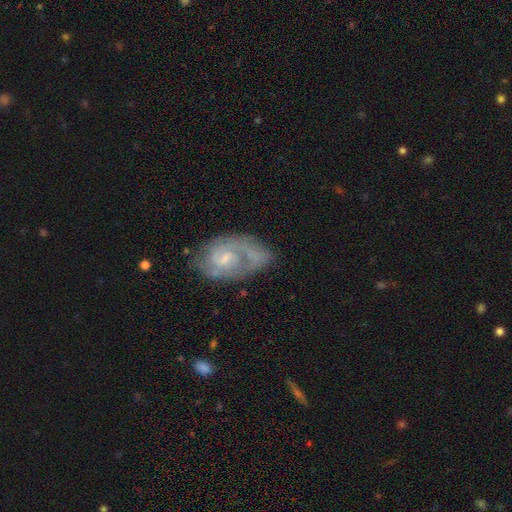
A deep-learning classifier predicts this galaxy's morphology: Smooth or featured: featured or disk — 70% (smooth — 23%)
Edge-on disk: no — 97% (yes — 3%)
Bar: weak — 51% (no — 40%)
Spiral arms: yes — 82% (no — 18%)
Spiral winding: medium — 42% (tight — 38%)
Spiral arm count: 2 — 44% (1 — 25%)
Bulge size: small — 45% (moderate — 31%)
Merging: none — 55% (minor disturbance — 23%)